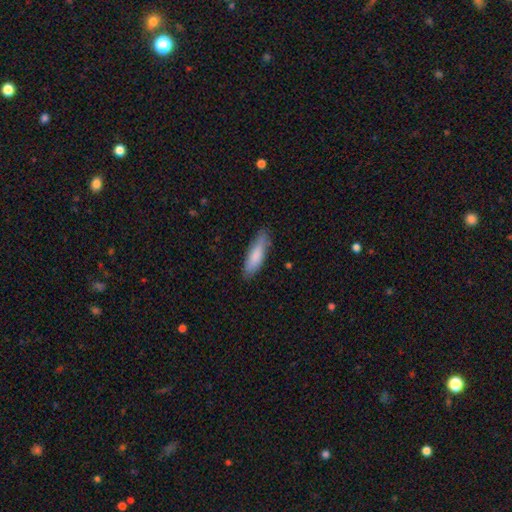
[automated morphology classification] smooth 83%, featured or disk 12%, star or artifact 5%. Down the decision tree: how rounded — cigar-shaped (62%); merging — none (81%).